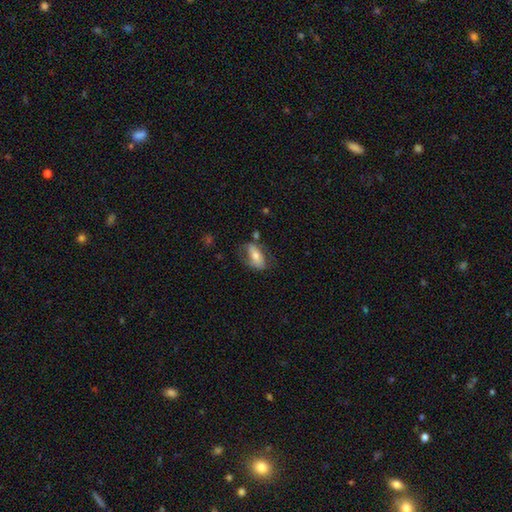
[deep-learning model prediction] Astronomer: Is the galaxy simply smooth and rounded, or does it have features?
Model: smooth — 56% (runner-up: featured or disk, 38%).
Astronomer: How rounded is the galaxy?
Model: in between — 85%.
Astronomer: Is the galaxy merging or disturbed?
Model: none — 59%.